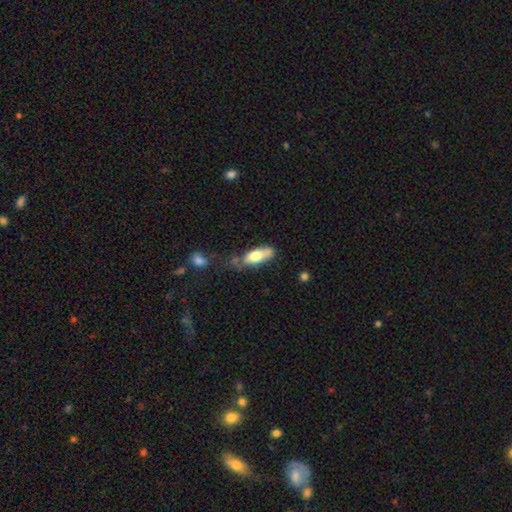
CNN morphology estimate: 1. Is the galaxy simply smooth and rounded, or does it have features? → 70% smooth, 24% featured or disk, 6% star or artifact.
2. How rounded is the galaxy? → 74% in between, 23% cigar-shaped, 3% round.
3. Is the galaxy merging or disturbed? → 52% none, 26% minor disturbance, 13% merger, 9% major disturbance.